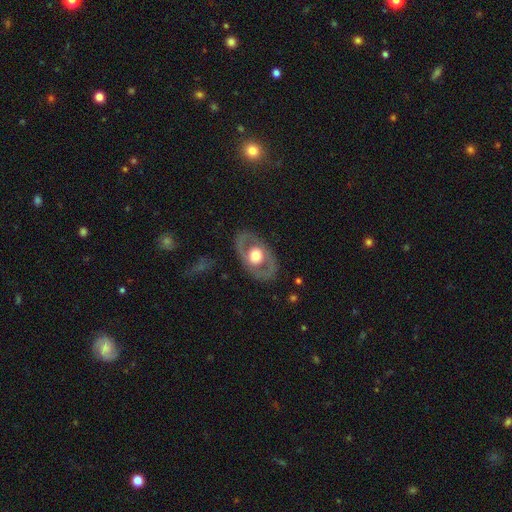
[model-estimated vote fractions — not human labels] smooth-or-featured: featured or disk: 66% | smooth: 29% | star or artifact: 5%
  disk-edge-on: no: 91% | yes: 9%
    bar: no: 80% | weak: 15% | strong: 5%
    has-spiral-arms: no: 62% | yes: 38%
    bulge-size: moderate: 46% (tied) | large: 46% (tied) | dominant: 4% | small: 3% | none: 1%
  merging: none: 83% | minor disturbance: 10% | major disturbance: 6% | merger: 1%